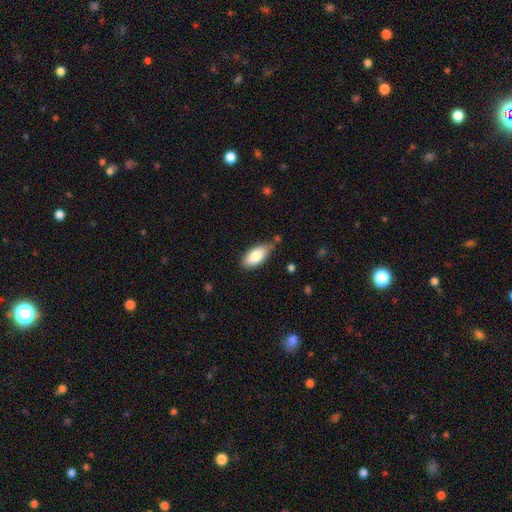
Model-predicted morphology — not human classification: The model was most divided on "merging": none: 72%, minor disturbance: 21%, major disturbance: 4%, merger: 4%. More confident: how rounded — in between (90%); smooth or featured — smooth (82%).